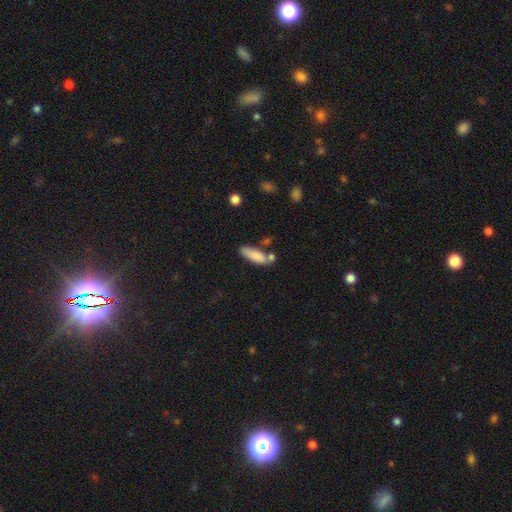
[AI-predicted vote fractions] The model was most divided on "how rounded": in between: 56%, cigar-shaped: 42%, round: 2%. More confident: smooth or featured — smooth (84%); merging — none (61%).